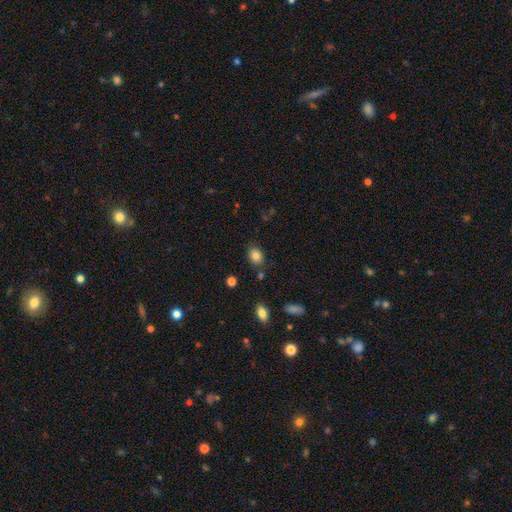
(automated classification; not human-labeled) Smooth or featured?
  - smooth: 84% *
  - star or artifact: 10%
  - featured or disk: 5%
How rounded?
  - in between: 58% *
  - round: 41%
  - cigar-shaped: 1%
Merging?
  - none: 80% *
  - minor disturbance: 13%
  - merger: 4%
  - major disturbance: 4%